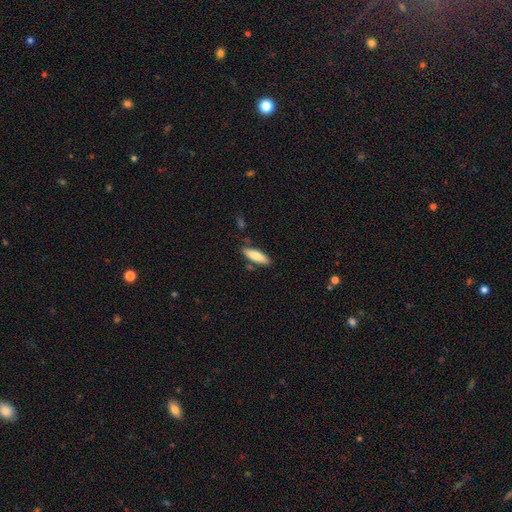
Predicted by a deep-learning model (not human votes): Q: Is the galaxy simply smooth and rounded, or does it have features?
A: smooth — 83%.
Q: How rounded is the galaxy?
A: cigar-shaped — 52%.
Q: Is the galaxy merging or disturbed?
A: none — 80%.